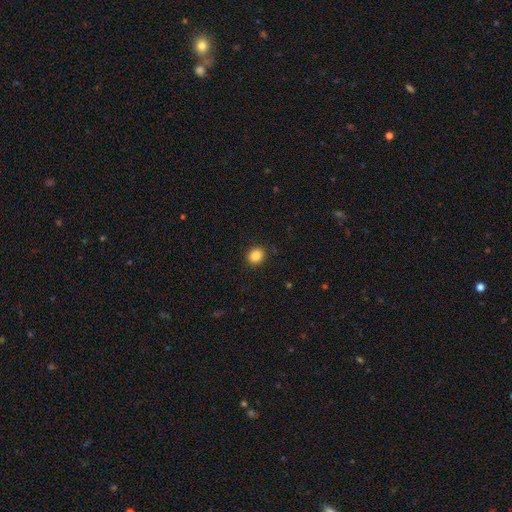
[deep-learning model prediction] Morphology: type=smooth (86%); roundness=round (82%); merging=none (91%).